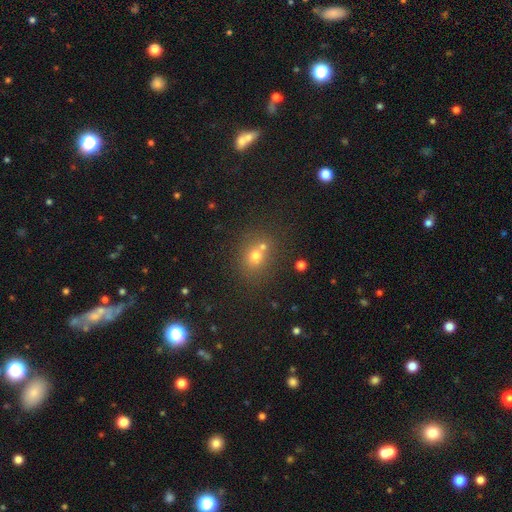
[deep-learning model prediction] smooth_or_featured: smooth (p=0.67) [alt: star or artifact p=0.20]
how_rounded: round (p=0.73) [alt: in between p=0.26]
merging: none (p=0.55) [alt: merger p=0.33]